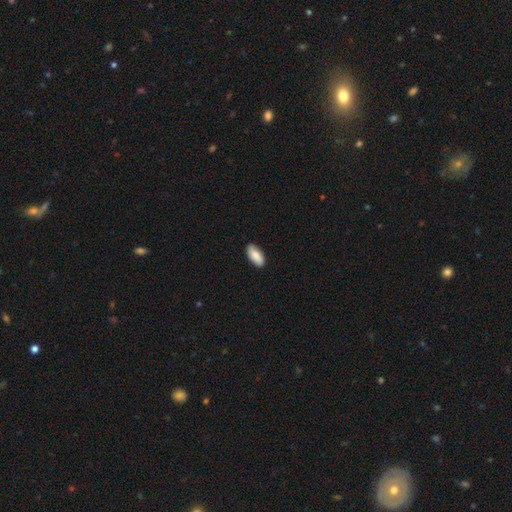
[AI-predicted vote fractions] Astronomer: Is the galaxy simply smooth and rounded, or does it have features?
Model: smooth — 85%.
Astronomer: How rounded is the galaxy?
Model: in between — 91%.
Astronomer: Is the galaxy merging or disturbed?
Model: none — 87%.